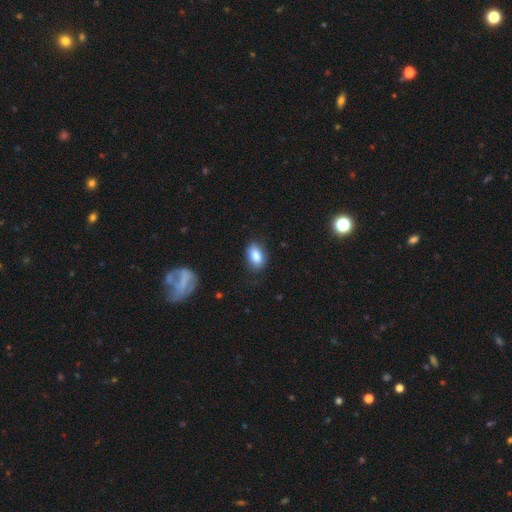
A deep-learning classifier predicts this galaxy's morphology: Overall: smooth (84%). How rounded: in between (88%). Merging: none (78%).